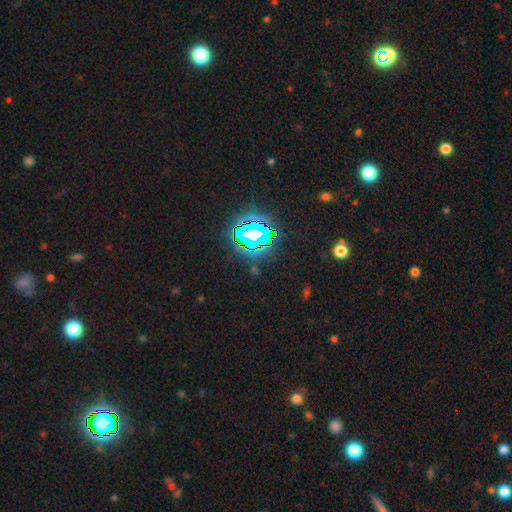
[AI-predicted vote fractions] A star or artifact, not a galaxy (81%).